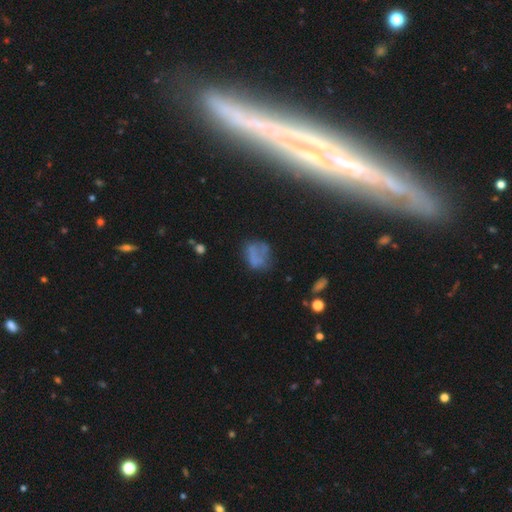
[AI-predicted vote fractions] The model was most divided on "how rounded": round: 52%, in between: 46%, cigar-shaped: 2%. Remaining: smooth or featured — smooth (52%); merging — none (46%).